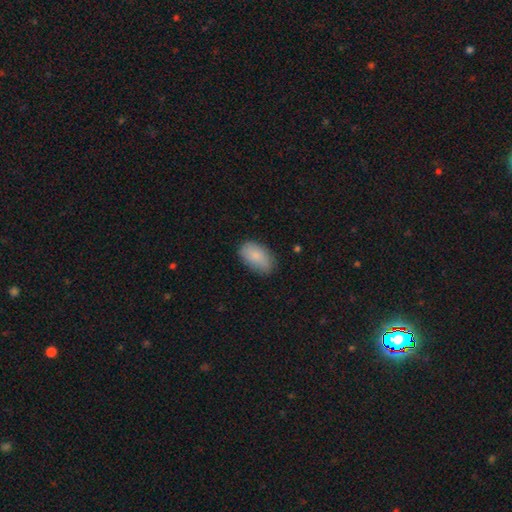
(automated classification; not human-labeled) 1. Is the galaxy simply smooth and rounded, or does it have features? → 86% smooth, 8% featured or disk, 6% star or artifact.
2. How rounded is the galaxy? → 94% in between, 5% round, 2% cigar-shaped.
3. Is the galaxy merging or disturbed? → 77% none, 18% minor disturbance, 4% major disturbance, 1% merger.